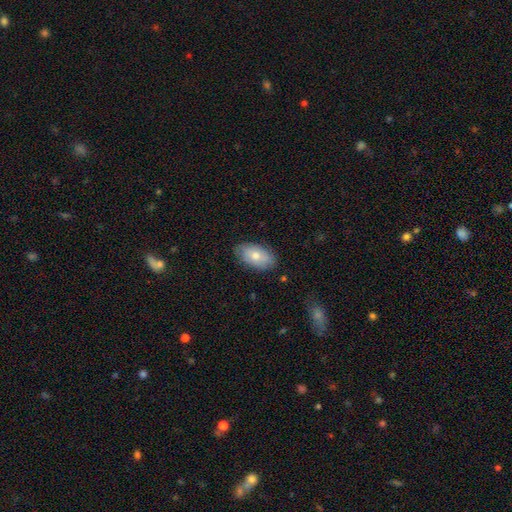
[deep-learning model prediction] Smooth or featured? smooth (70%)
How rounded? in between (93%)
Merging? none (82%)